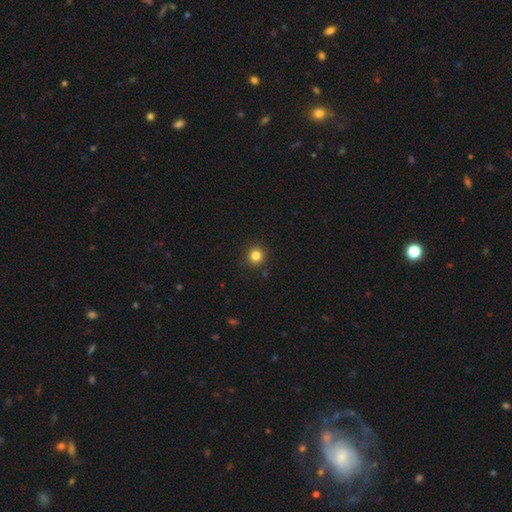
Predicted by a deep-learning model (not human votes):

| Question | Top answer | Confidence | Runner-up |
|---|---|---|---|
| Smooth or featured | smooth | 83% | star or artifact (13%) |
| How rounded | round | 94% | in between (5%) |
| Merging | none | 91% | minor disturbance (5%) |